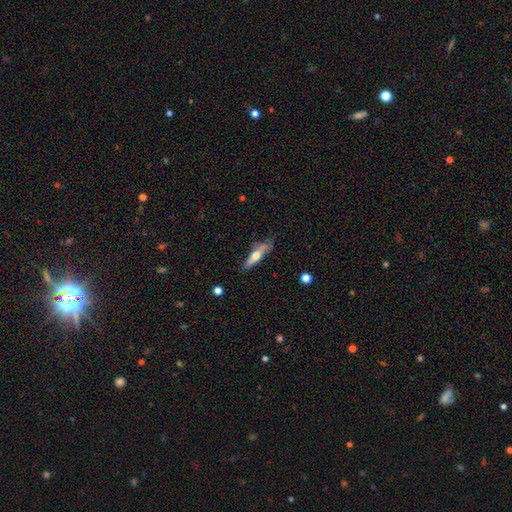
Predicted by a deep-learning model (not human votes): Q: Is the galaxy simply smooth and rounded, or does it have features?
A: smooth — 48%.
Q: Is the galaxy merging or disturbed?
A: none — 72%.